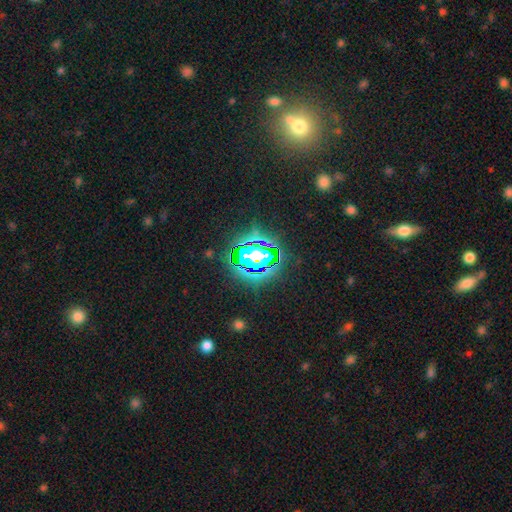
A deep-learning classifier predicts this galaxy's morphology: smooth_or_featured: star or artifact (p=0.71) [alt: smooth p=0.17]